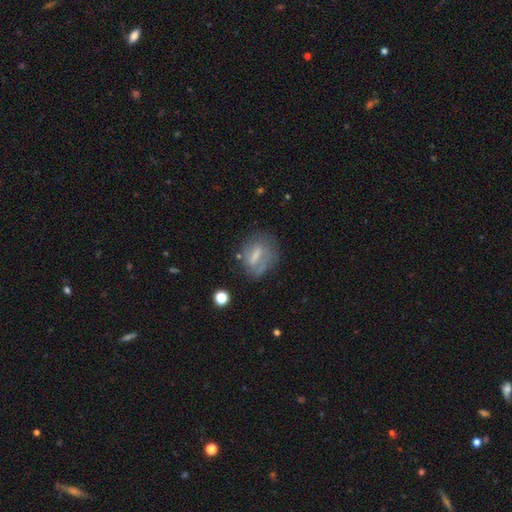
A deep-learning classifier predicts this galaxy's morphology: smooth-or-featured: smooth: 45% | featured or disk: 44% | star or artifact: 11%
  merging: none: 53% | minor disturbance: 24% | major disturbance: 18% | merger: 5%